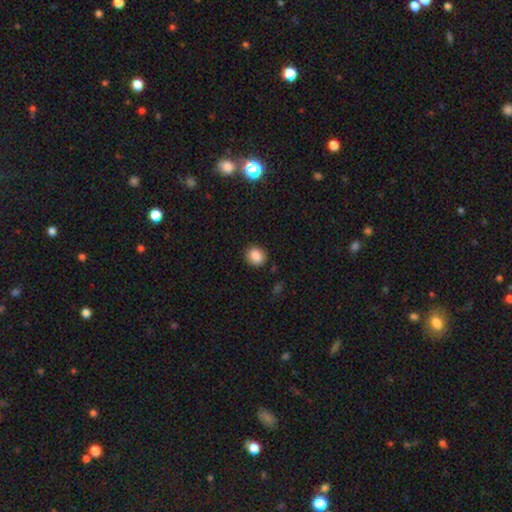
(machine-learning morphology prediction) Smooth or featured?
  - smooth: 86% *
  - star or artifact: 10%
  - featured or disk: 4%
How rounded?
  - round: 69% *
  - in between: 30%
  - cigar-shaped: 1%
Merging?
  - none: 87% *
  - minor disturbance: 9%
  - major disturbance: 3%
  - merger: 2%